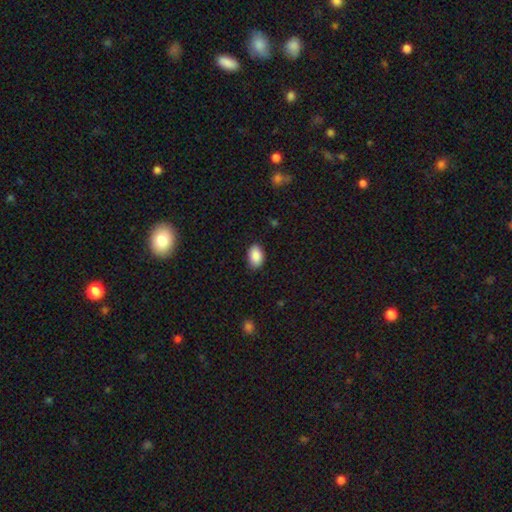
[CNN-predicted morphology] Smooth or featured? Predicted: smooth (p=0.89). How rounded? Predicted: in between (p=0.89). Merging? Predicted: none (p=0.84).